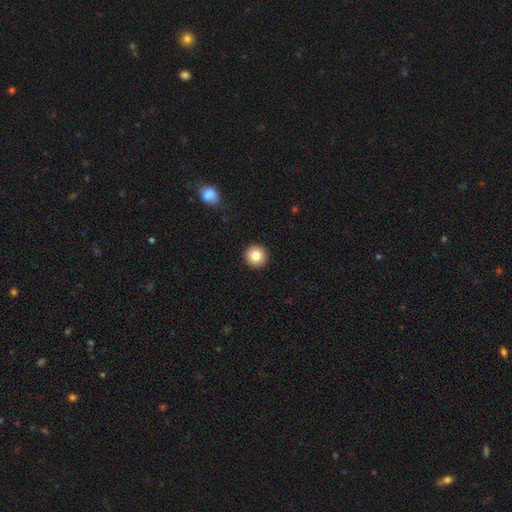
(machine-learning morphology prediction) Overall: smooth (83%). How rounded: round (96%). Merging: none (93%).